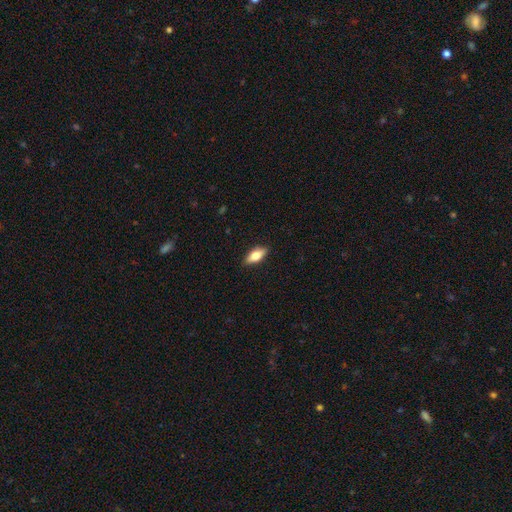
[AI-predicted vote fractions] Smooth or featured? Predicted: smooth (p=0.69). How rounded? Predicted: in between (p=0.78). Merging? Predicted: none (p=0.88).